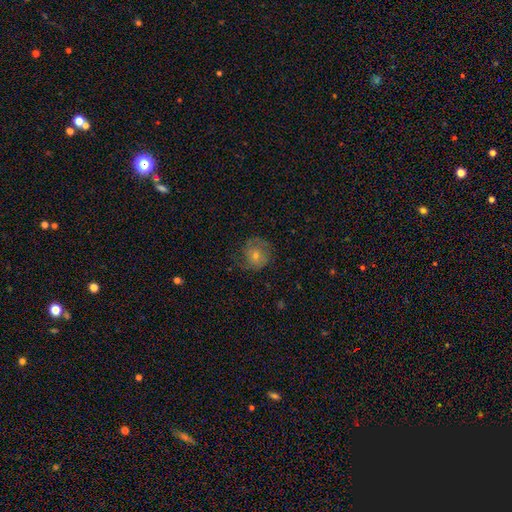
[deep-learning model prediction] A featured or disk galaxy (57%) with no bar (78%), spiral arms (81%) and a small central bulge (47%, tied with moderate).

Vote fractions:
- Smooth or featured? featured or disk: 57% / smooth: 31% / star or artifact: 12%
- Edge-on disk? no: 97% / yes: 3%
- Bar? no: 78% / weak: 18% / strong: 4%
- Spiral arms? yes: 81% / no: 19%
- Bulge size? small: 47% (tied) / moderate: 47% (tied) / large: 3% / none: 2% / dominant: 1%
- Merging? none: 71% / minor disturbance: 18% / major disturbance: 11% / merger: 1%